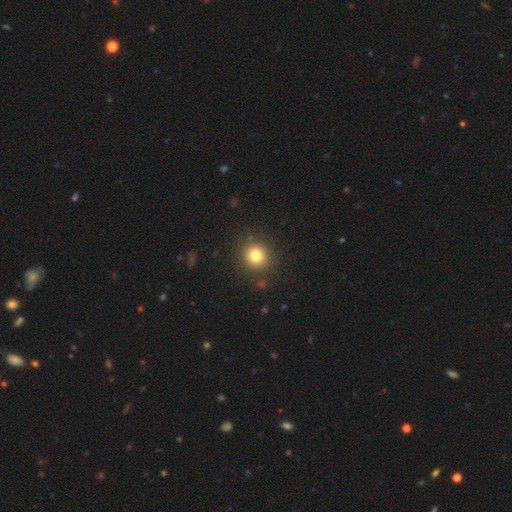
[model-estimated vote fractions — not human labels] smooth_or_featured: smooth (p=0.81) [alt: star or artifact p=0.13]
how_rounded: round (p=0.92) [alt: in between p=0.07]
merging: none (p=0.88) [alt: minor disturbance p=0.07]